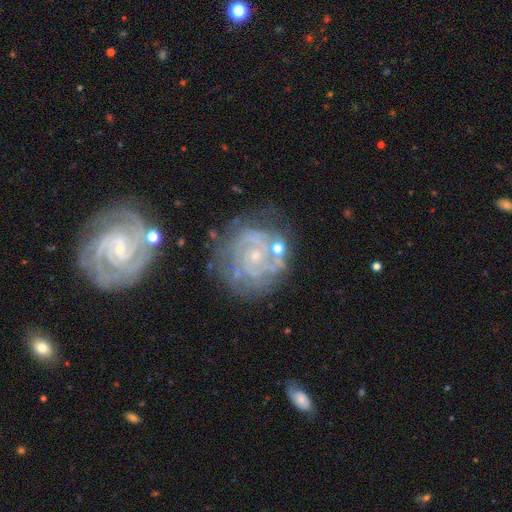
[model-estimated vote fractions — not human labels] Overall: featured or disk (85%). Edge-on disk: no (98%). Bar: no (70%). Spiral arms: yes (96%). Spiral arm count: 2 (29%; can't tell 25%). Spiral winding: tight (71%). Bulge size: small (82%). Merging: none (62%).